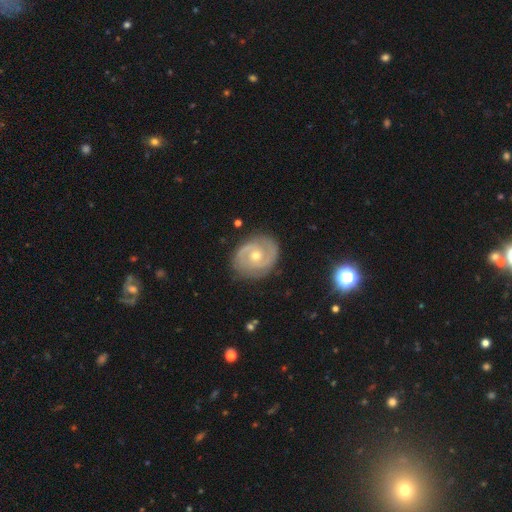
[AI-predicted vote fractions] Morphology: type=featured or disk (87%); edge-on=no (98%); bar=no (62%); spiral arms=yes (96%); winding=tight (48%); arm count=2 (87%); bulge=moderate (54%); merging=none (84%).